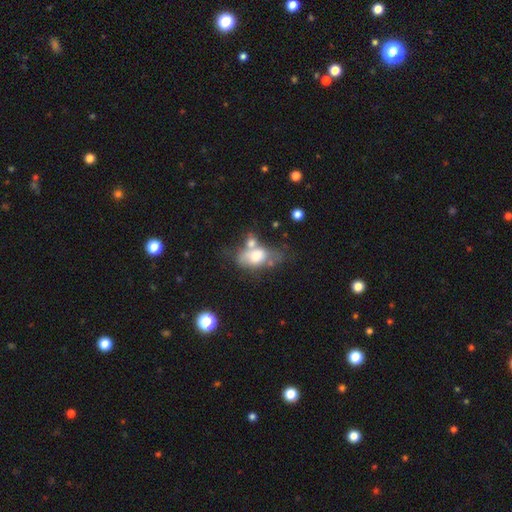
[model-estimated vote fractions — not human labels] smooth_or_featured: smooth (p=0.61) [alt: featured or disk p=0.30]
how_rounded: in between (p=0.81) [alt: round p=0.14]
merging: merger (p=0.42) [alt: none p=0.28]